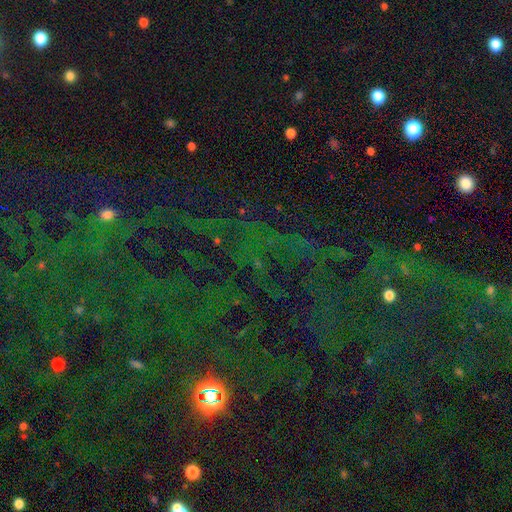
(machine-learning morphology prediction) Smooth or featured?
  - star or artifact: 81% *
  - smooth: 11%
  - featured or disk: 8%